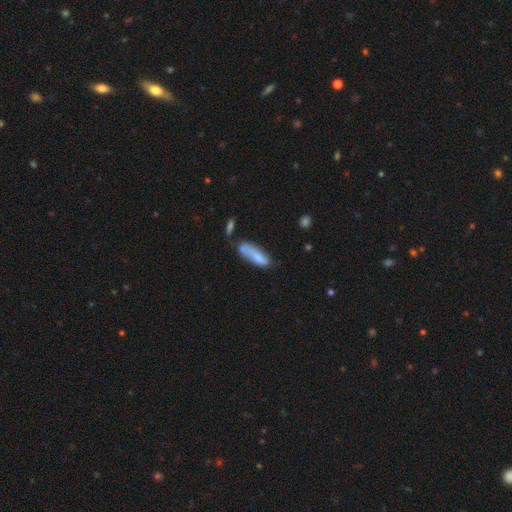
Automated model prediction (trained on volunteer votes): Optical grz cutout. It shows a smooth galaxy with no disk features (73%) that is in between round and cigar-shaped (53%). Merging: none (41%).